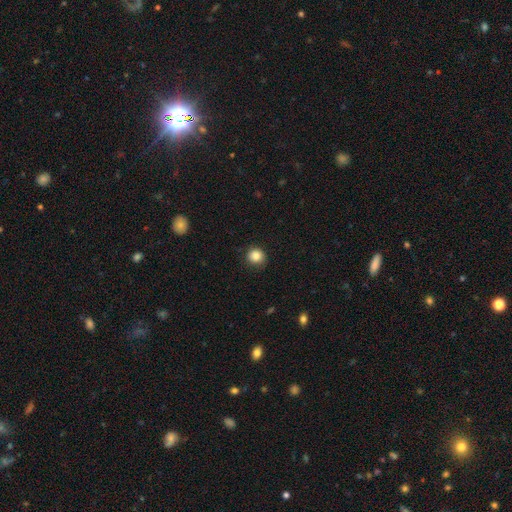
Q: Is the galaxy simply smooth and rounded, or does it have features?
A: smooth — 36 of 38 (95%).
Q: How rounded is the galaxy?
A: round — 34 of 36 (94%).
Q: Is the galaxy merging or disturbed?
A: none — 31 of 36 (86%).